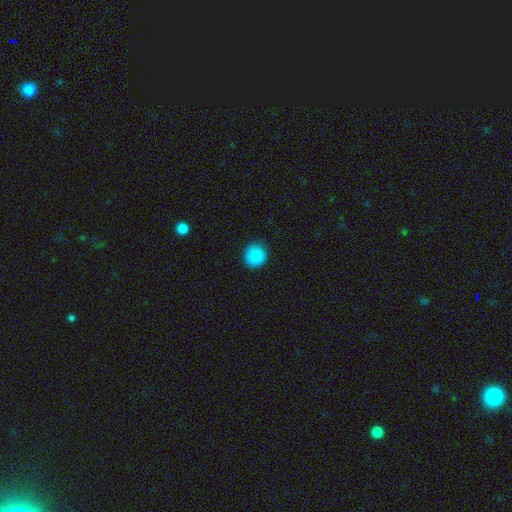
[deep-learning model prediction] Smooth or featured? smooth (88%)
How rounded? round (92%)
Merging? none (89%)